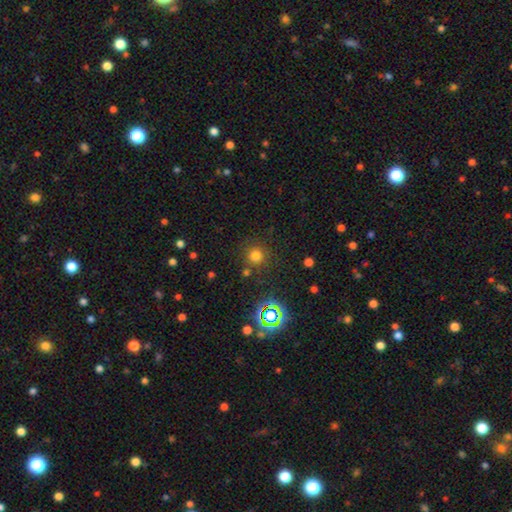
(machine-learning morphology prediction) type=smooth (72%); roundness=round (94%); merging=none (83%).